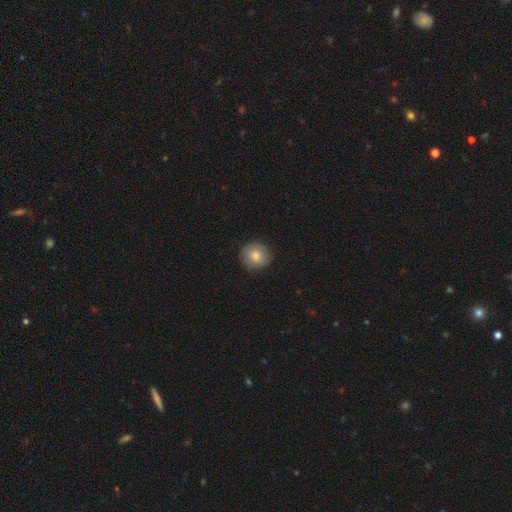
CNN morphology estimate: This appears to be a smooth galaxy with no disk features (75%) that is round (90%). Merging: none (86%).